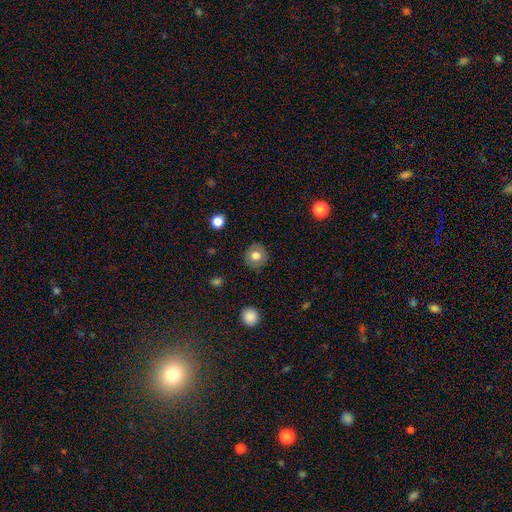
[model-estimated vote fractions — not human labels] Smooth or featured? Predicted: smooth (p=0.74). How rounded? Predicted: round (p=0.90). Merging? Predicted: none (p=0.87).